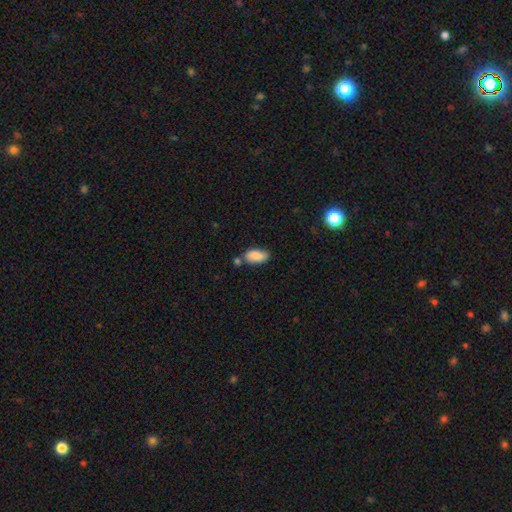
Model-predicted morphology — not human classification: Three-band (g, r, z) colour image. It shows a smooth galaxy with no disk features (87%) that is in between round and cigar-shaped (92%). Merging: none (63%).